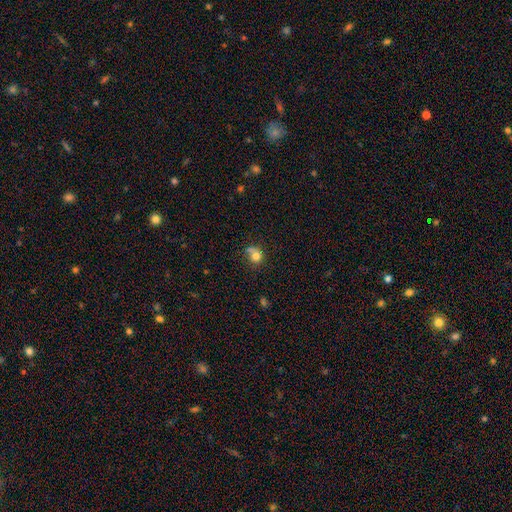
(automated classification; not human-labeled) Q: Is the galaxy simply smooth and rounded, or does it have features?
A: smooth — 76%.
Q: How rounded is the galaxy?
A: round — 78%.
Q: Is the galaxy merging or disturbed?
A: none — 46%.